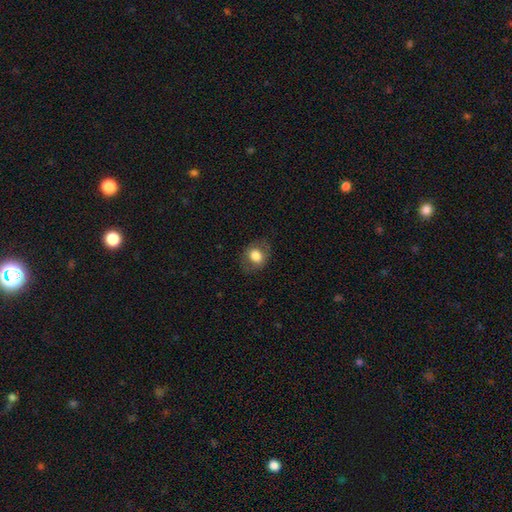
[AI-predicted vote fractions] The model was most divided on "how rounded": in between: 51%, round: 48%, cigar-shaped: 1%. More confident: merging — none (79%); smooth or featured — smooth (75%).